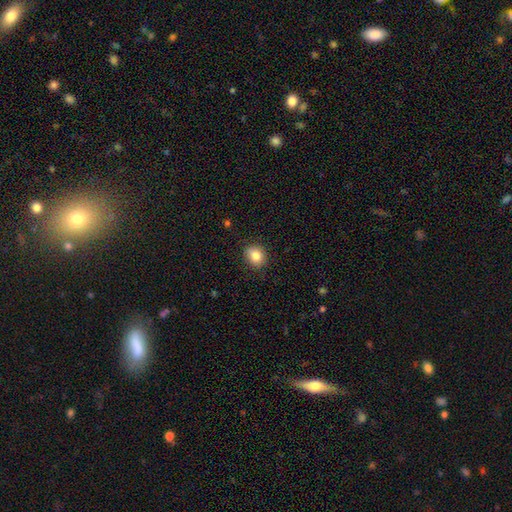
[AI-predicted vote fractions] smooth 83%, star or artifact 10%, featured or disk 7%. Down the decision tree: how rounded — round (71%); merging — none (87%).